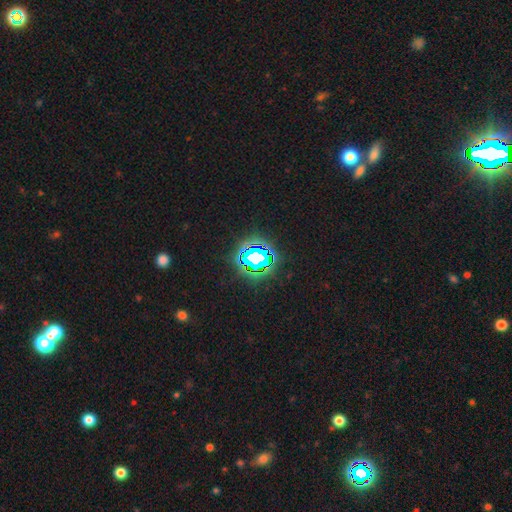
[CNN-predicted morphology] A star or artifact, not a galaxy (78%).

Vote fractions:
- Smooth or featured? star or artifact: 78% / smooth: 15% / featured or disk: 7%